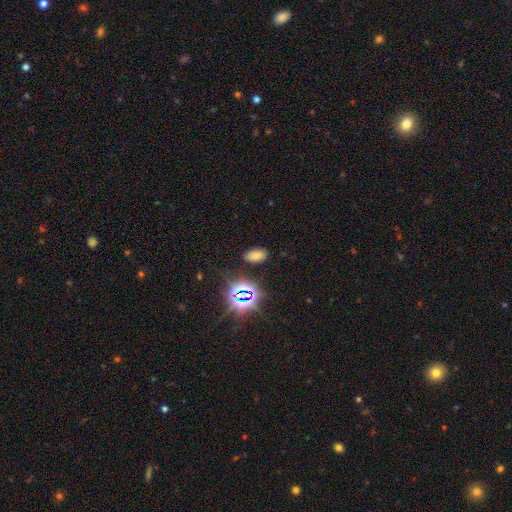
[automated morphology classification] type=smooth (66%); roundness=in between (92%); merging=none (85%).